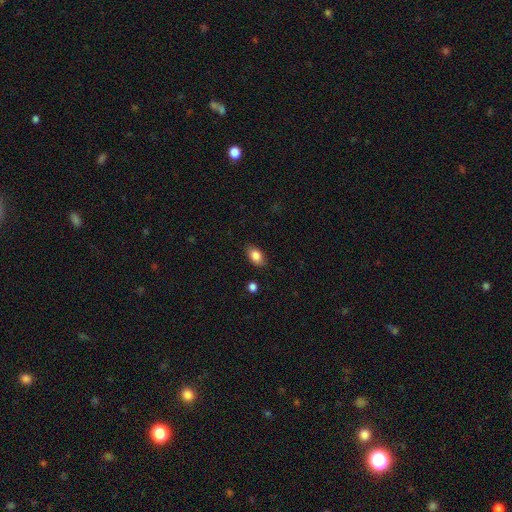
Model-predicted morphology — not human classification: smooth-or-featured: smooth: 84% | star or artifact: 8% | featured or disk: 8%
  how-rounded: in between: 87% | round: 11% | cigar-shaped: 2%
  merging: none: 84% | minor disturbance: 12% | major disturbance: 3% | merger: 2%